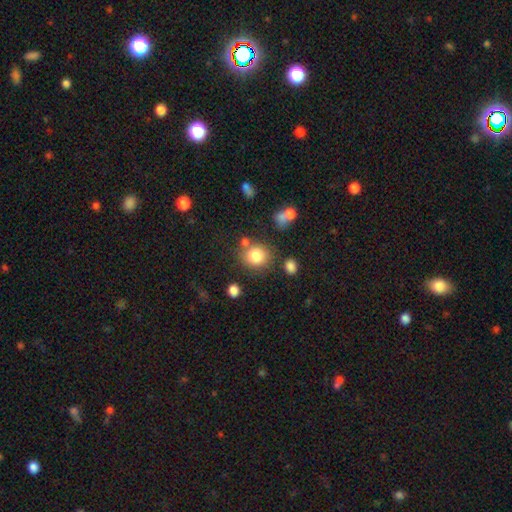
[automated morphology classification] smooth-or-featured: smooth: 81% | star or artifact: 11% | featured or disk: 8%
  how-rounded: round: 80% | in between: 19% | cigar-shaped: 1%
  merging: none: 71% | minor disturbance: 12% | merger: 12% | major disturbance: 5%